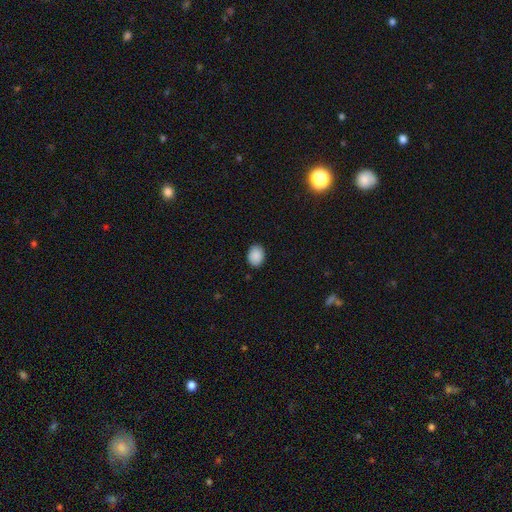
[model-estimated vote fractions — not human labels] smooth 90%, star or artifact 8%, featured or disk 3%. Down the decision tree: how rounded — in between (61%); merging — none (87%).